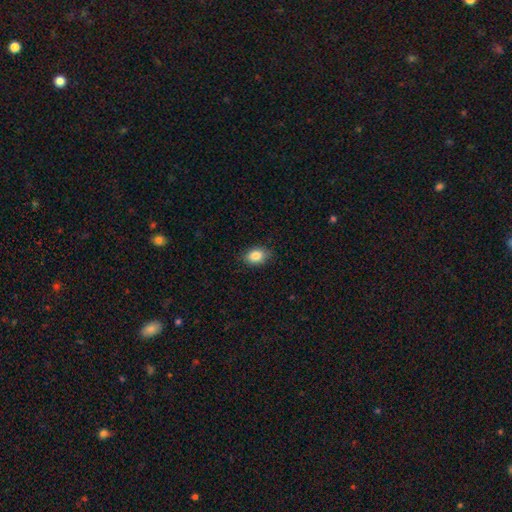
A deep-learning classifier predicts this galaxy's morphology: Smooth or featured?
  - smooth: 86% *
  - star or artifact: 8%
  - featured or disk: 6%
How rounded?
  - in between: 73% *
  - round: 25%
  - cigar-shaped: 1%
Merging?
  - none: 84% *
  - minor disturbance: 13%
  - major disturbance: 3%
  - merger: 1%